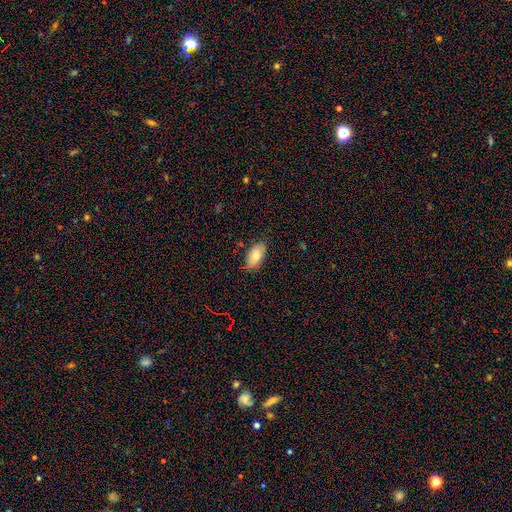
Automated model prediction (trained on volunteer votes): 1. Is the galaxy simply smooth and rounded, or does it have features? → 76% smooth, 16% featured or disk, 8% star or artifact.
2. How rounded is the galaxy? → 93% in between, 4% cigar-shaped, 3% round.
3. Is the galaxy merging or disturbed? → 77% none, 19% minor disturbance, 3% major disturbance, 1% merger.